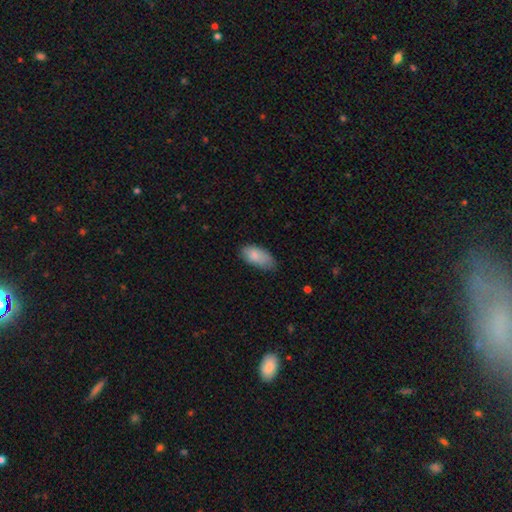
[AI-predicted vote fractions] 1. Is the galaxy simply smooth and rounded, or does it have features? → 84% smooth, 9% featured or disk, 7% star or artifact.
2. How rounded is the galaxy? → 93% in between, 4% cigar-shaped, 3% round.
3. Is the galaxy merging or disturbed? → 55% none, 35% minor disturbance, 8% major disturbance, 2% merger.